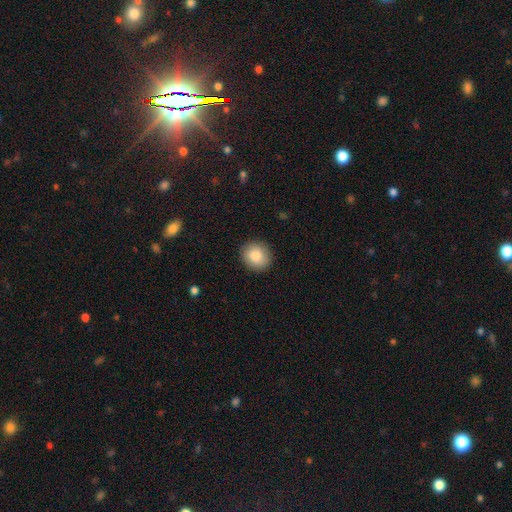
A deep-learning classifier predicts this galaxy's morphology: Smooth or featured: smooth — 86% (star or artifact — 7%)
How rounded: round — 82% (in between — 17%)
Merging: none — 90% (minor disturbance — 7%)